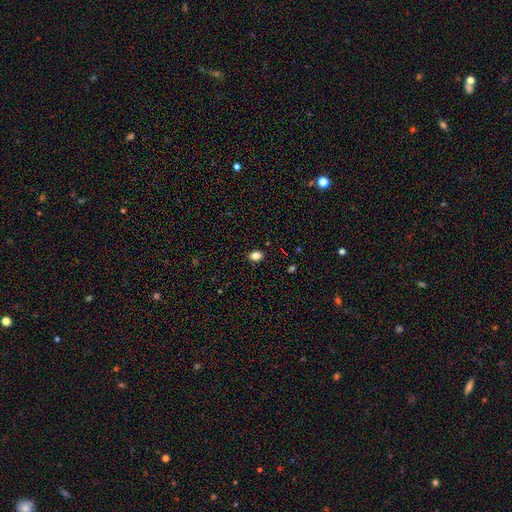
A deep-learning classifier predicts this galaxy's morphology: A smooth galaxy with no disk features (83%) that is in between round and cigar-shaped (74%).

Vote fractions:
- Smooth or featured? smooth: 83% / star or artifact: 12% / featured or disk: 5%
- How rounded? in between: 74% / round: 25% / cigar-shaped: 1%
- Merging? none: 88% / minor disturbance: 8% / major disturbance: 2% / merger: 1%